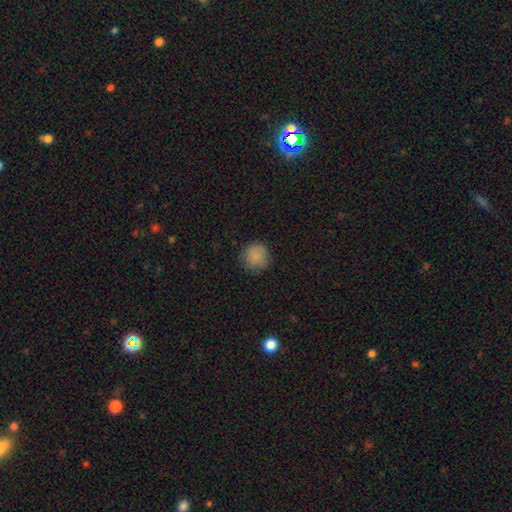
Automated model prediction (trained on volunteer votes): Smooth or featured? smooth (85%)
How rounded? round (92%)
Merging? none (83%)